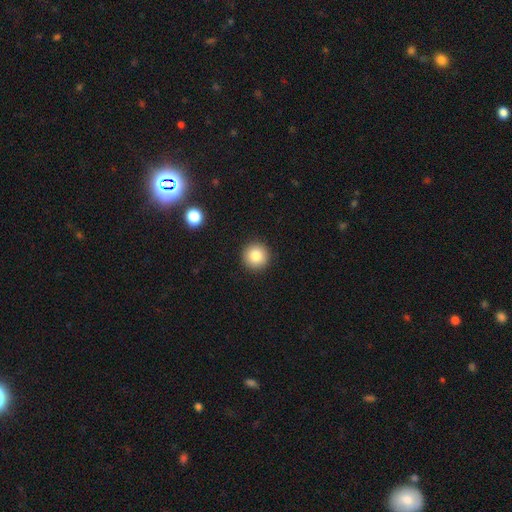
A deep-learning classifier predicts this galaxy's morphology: A smooth galaxy with no disk features (83%) that is round (96%). Merging: none (92%).